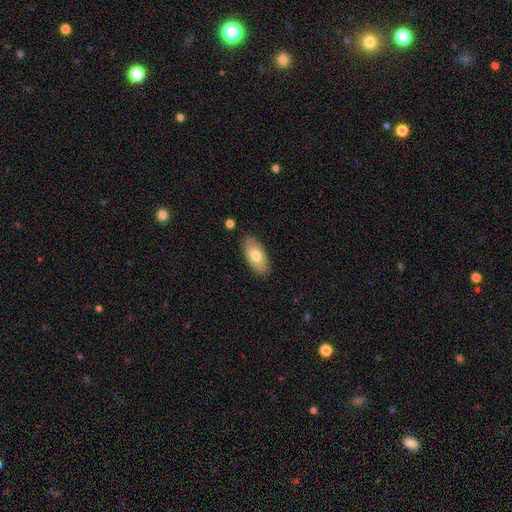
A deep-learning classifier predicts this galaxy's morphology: Overall: smooth (74%). How rounded: in between (91%). Merging: none (85%).